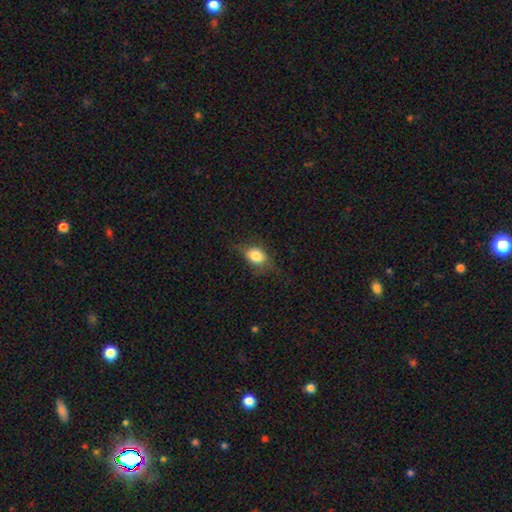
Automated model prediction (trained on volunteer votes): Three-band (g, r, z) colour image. It shows a smooth galaxy with no disk features (76%) that is in between round and cigar-shaped (64%). Merging: none (60%).